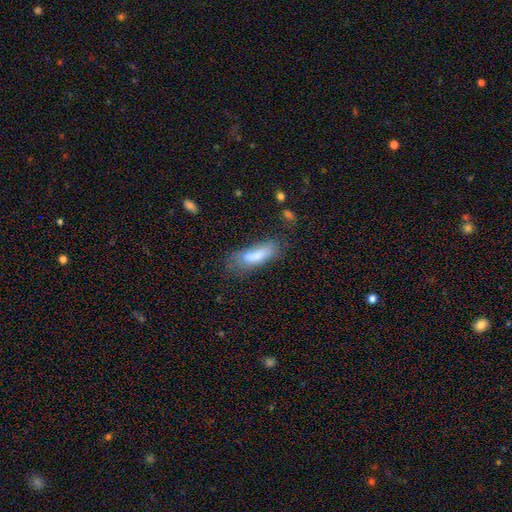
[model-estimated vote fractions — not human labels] smooth_or_featured: smooth (p=0.74) [alt: featured or disk p=0.18]
how_rounded: in between (p=0.52) [alt: cigar-shaped p=0.46]
merging: none (p=0.45) [alt: minor disturbance p=0.29]